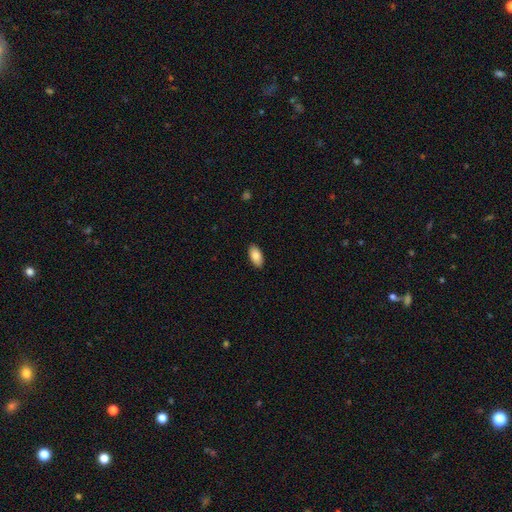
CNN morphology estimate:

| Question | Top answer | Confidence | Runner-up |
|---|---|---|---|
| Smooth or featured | smooth | 85% | featured or disk (8%) |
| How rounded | in between | 94% | cigar-shaped (4%) |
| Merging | none | 90% | minor disturbance (8%) |